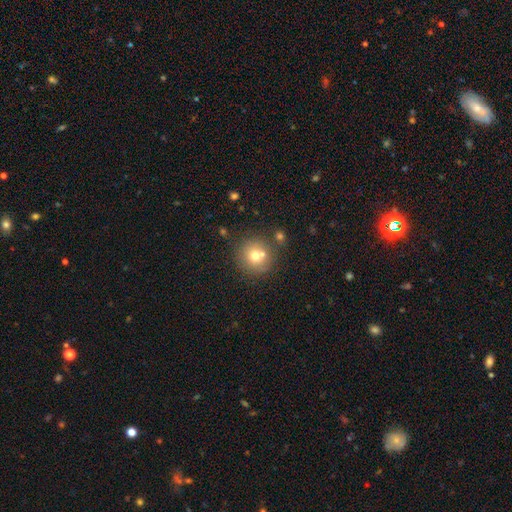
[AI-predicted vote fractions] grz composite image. It shows a smooth galaxy with no disk features (70%) that is round (93%). Merging: none (69%).